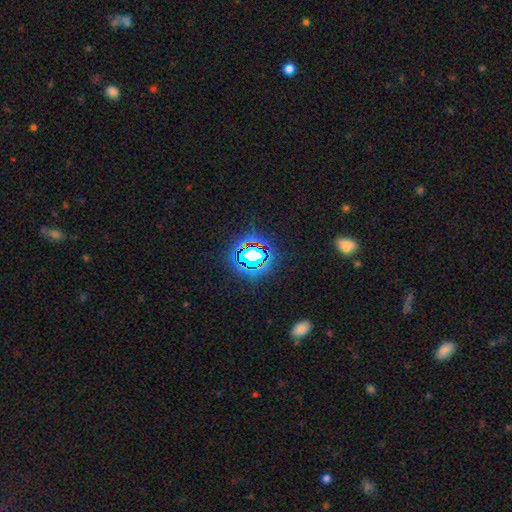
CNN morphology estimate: smooth_or_featured: star or artifact (p=0.77) [alt: smooth p=0.15]